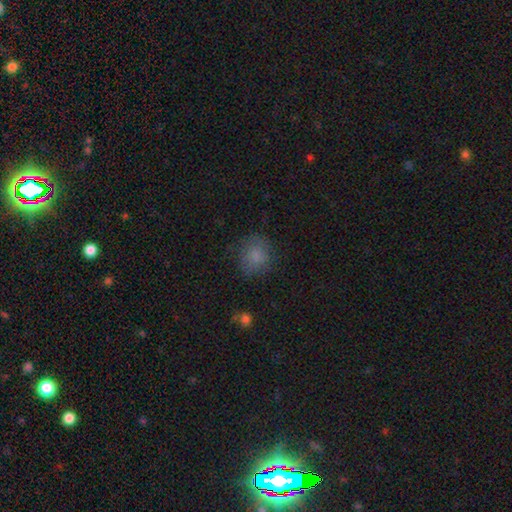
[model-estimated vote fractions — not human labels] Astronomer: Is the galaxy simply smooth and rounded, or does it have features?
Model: smooth — 80%.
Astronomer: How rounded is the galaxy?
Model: round — 75%.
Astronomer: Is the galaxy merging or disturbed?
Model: none — 75%.